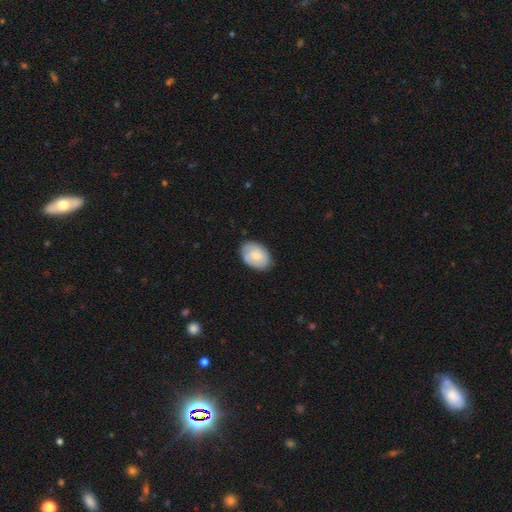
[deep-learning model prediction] Smooth or featured? Predicted: smooth (p=0.64). How rounded? Predicted: in between (p=0.84). Merging? Predicted: none (p=0.77).